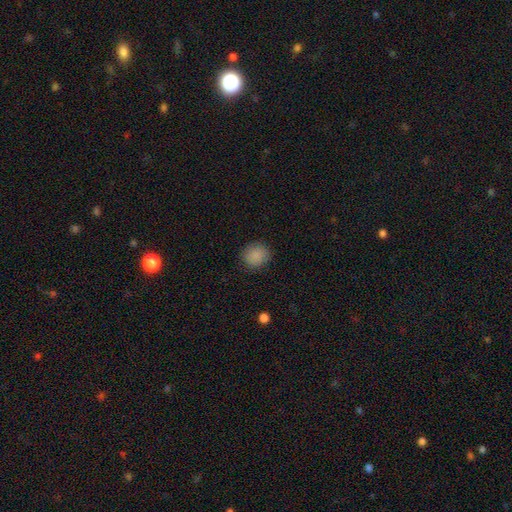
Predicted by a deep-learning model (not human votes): A smooth galaxy with no disk features (88%) that is round (85%). Merging: none (88%).